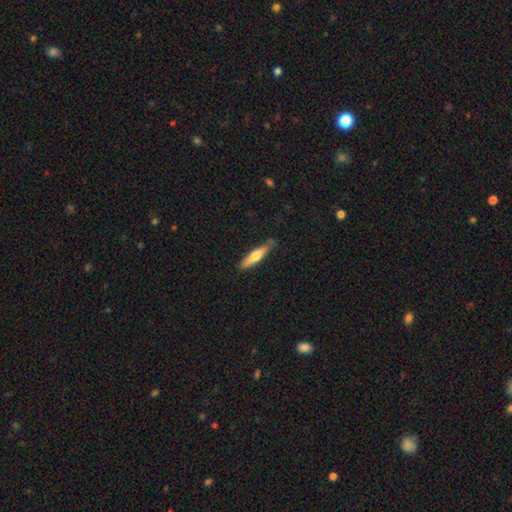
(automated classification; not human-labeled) This appears to be a smooth galaxy with no disk features (56%) that is cigar-shaped (80%). Merging: none (79%).